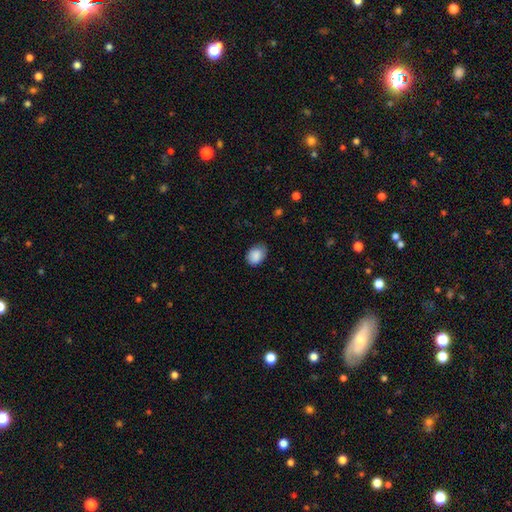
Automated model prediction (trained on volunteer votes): smooth 88%, star or artifact 7%, featured or disk 5%. Down the decision tree: how rounded — in between (69%); merging — none (66%).